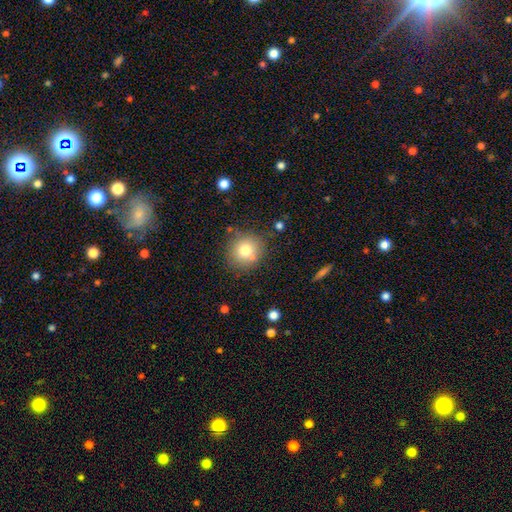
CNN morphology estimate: type=smooth (72%); roundness=round (92%); merging=none (84%).